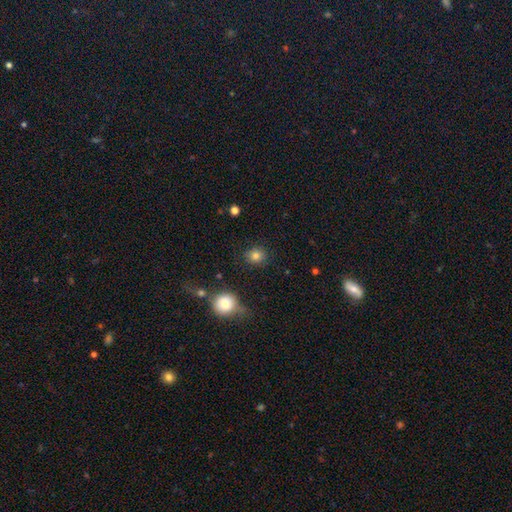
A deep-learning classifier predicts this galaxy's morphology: smooth 82%, star or artifact 11%, featured or disk 7%. Down the decision tree: how rounded — round (81%); merging — none (85%).